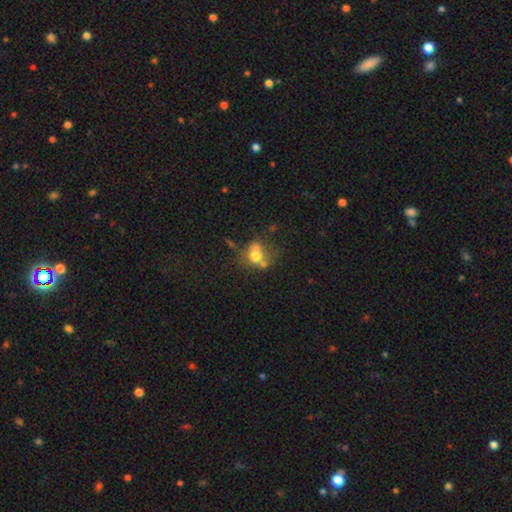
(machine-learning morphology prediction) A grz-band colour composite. It shows a smooth galaxy with no disk features (65%) that is round (73%). Merging: none (41%).